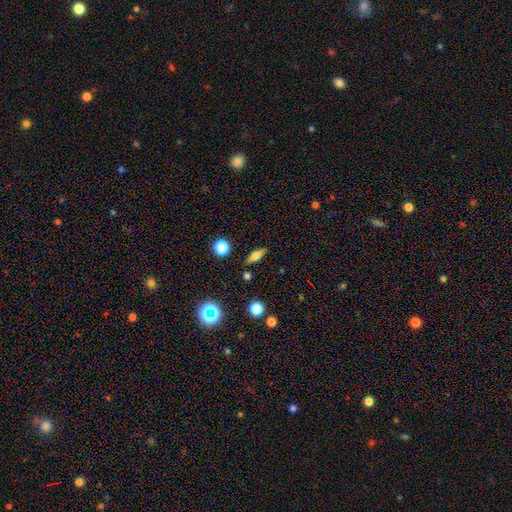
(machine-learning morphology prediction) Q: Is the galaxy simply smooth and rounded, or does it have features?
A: smooth — 50%.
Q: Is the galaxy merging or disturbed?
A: none — 86%.